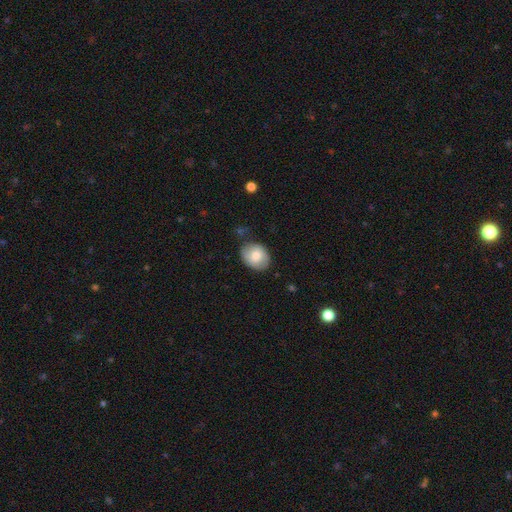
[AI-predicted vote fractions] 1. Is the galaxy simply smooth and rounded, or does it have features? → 76% smooth, 17% featured or disk, 7% star or artifact.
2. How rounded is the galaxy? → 57% in between, 42% round, 1% cigar-shaped.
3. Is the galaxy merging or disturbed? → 74% none, 19% minor disturbance, 4% major disturbance, 2% merger.